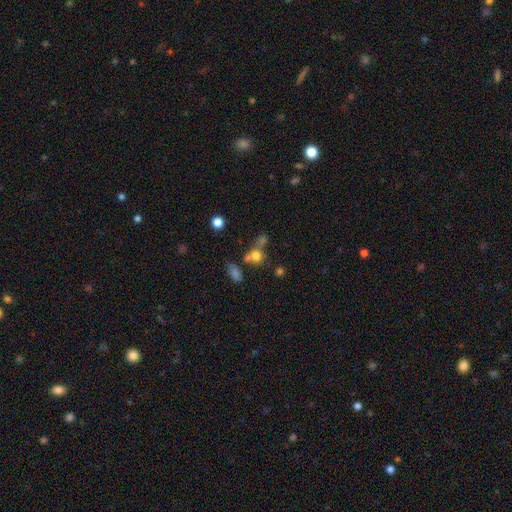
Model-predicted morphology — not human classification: The model was most divided on "merging": none: 41%, merger: 39%, minor disturbance: 12%, major disturbance: 8%. More confident: how rounded — round (73%); smooth or featured — smooth (69%).